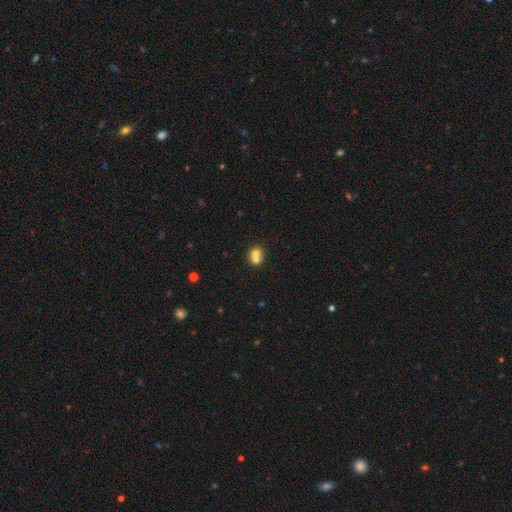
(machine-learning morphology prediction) Smooth or featured?
  - smooth: 69% *
  - featured or disk: 20%
  - star or artifact: 11%
How rounded?
  - round: 75% *
  - in between: 24%
  - cigar-shaped: 1%
Merging?
  - merger: 59% *
  - none: 33%
  - minor disturbance: 6%
  - major disturbance: 2%